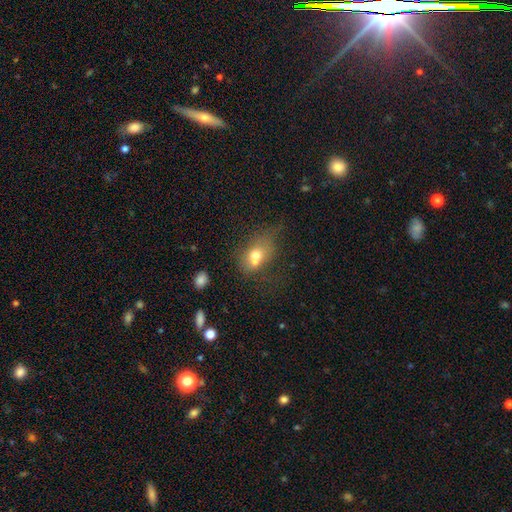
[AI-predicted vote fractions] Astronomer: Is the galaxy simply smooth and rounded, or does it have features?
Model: smooth — 66%.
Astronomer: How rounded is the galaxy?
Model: in between — 64%.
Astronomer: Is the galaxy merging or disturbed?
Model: merger — 47% (runner-up: none, 25%).